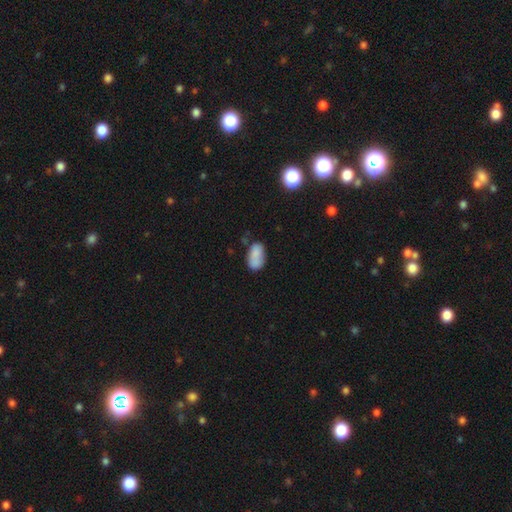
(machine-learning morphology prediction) A smooth galaxy with no disk features (80%) that is in between round and cigar-shaped (91%).

Vote fractions:
- Smooth or featured? smooth: 80% / featured or disk: 12% / star or artifact: 8%
- How rounded? in between: 91% / round: 7% / cigar-shaped: 2%
- Merging? none: 56% / minor disturbance: 24% / merger: 12% / major disturbance: 7%